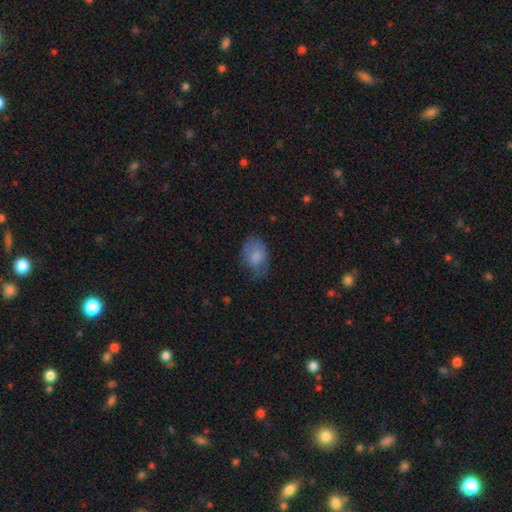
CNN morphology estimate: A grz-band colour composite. It shows a smooth galaxy with no disk features (74%) that is in between round and cigar-shaped (84%). Merging: none (58%).